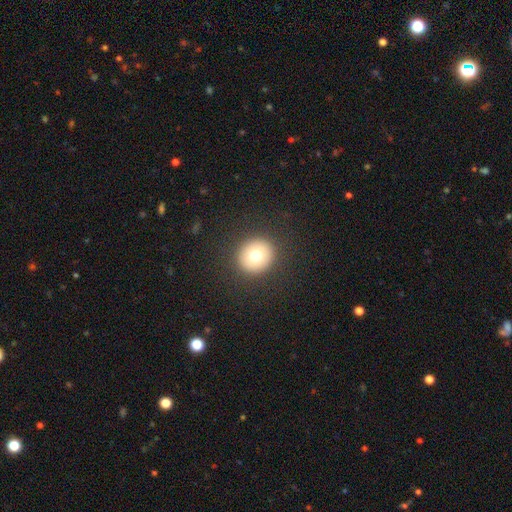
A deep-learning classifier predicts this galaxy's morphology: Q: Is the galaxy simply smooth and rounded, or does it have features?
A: smooth — 73%.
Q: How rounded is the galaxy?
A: round — 92%.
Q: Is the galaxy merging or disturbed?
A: none — 91%.